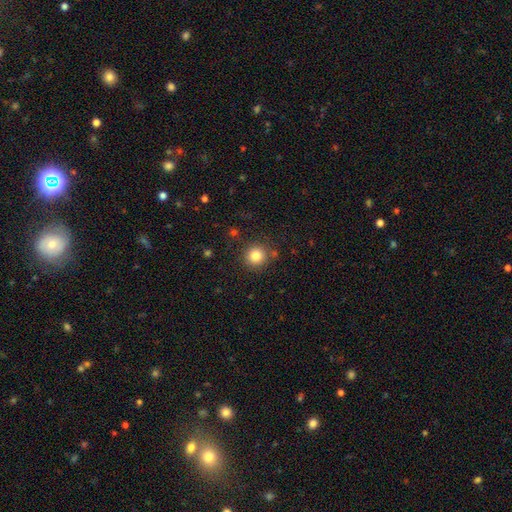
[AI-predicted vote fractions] Smooth or featured? Predicted: smooth (p=0.82). How rounded? Predicted: round (p=0.93). Merging? Predicted: none (p=0.86).